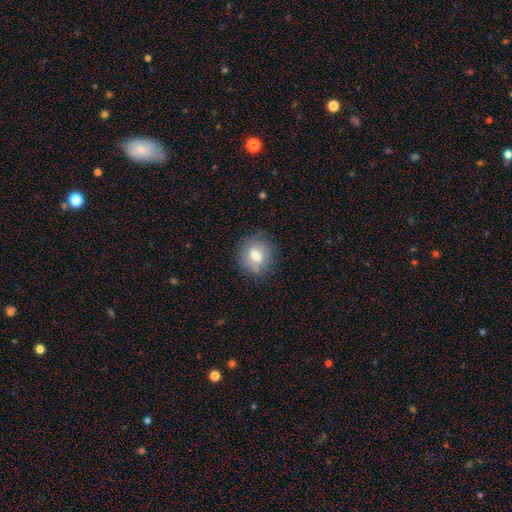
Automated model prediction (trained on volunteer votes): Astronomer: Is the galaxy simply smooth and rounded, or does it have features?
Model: smooth — 71%.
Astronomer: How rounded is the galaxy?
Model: round — 67%.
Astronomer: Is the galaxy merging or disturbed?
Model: none — 77%.